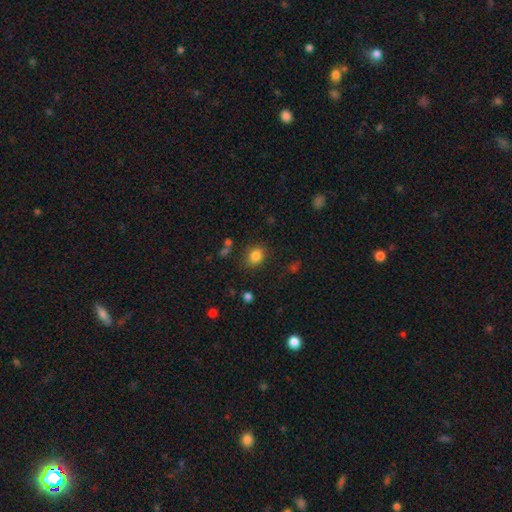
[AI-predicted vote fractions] Smooth or featured?
  - smooth: 83% *
  - star or artifact: 11%
  - featured or disk: 6%
How rounded?
  - in between: 54% *
  - round: 44%
  - cigar-shaped: 1%
Merging?
  - none: 82% *
  - minor disturbance: 12%
  - major disturbance: 4%
  - merger: 3%